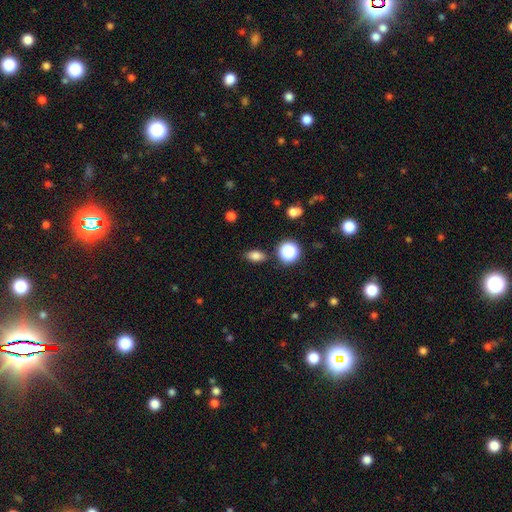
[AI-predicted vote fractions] Smooth or featured: smooth — 81% (star or artifact — 14%)
How rounded: in between — 82% (round — 15%)
Merging: none — 84% (minor disturbance — 10%)